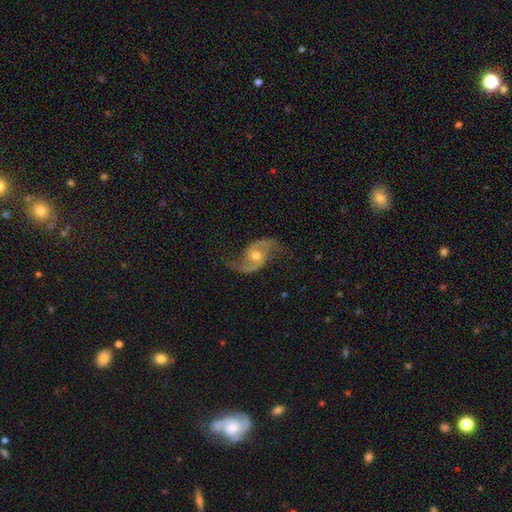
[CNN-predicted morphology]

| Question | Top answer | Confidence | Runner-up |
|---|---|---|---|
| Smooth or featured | featured or disk | 90% | star or artifact (5%) |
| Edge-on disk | no | 97% | yes (3%) |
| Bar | no | 59% | weak (32%) |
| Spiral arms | yes | 97% | no (3%) |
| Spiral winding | loose | 59% | medium (33%) |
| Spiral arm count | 2 | 94% | can't tell (2%) |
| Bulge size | moderate | 71% | small (20%) |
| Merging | none | 75% | minor disturbance (15%) |